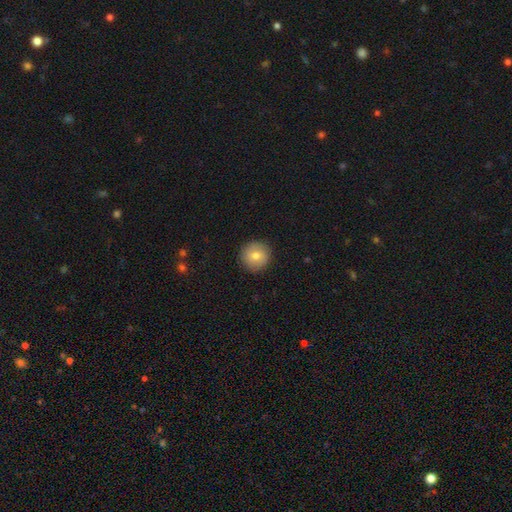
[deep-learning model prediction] Smooth or featured?
  - smooth: 75% *
  - featured or disk: 16%
  - star or artifact: 8%
How rounded?
  - round: 94% *
  - in between: 5%
  - cigar-shaped: 1%
Merging?
  - none: 90% *
  - minor disturbance: 7%
  - major disturbance: 2%
  - merger: 1%